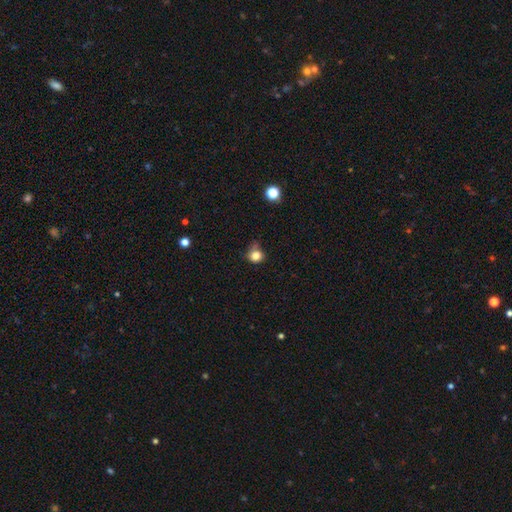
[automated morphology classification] This appears to be a smooth galaxy with no disk features (82%) that is round (82%). Merging: none (57%).